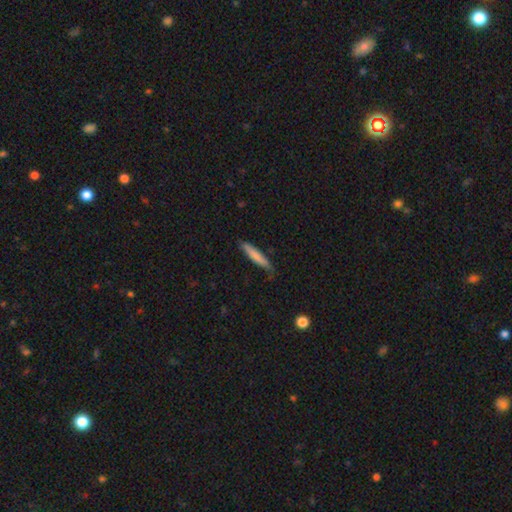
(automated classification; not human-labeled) Smooth or featured? Predicted: smooth (p=0.77). How rounded? Predicted: cigar-shaped (p=0.91). Merging? Predicted: none (p=0.77).